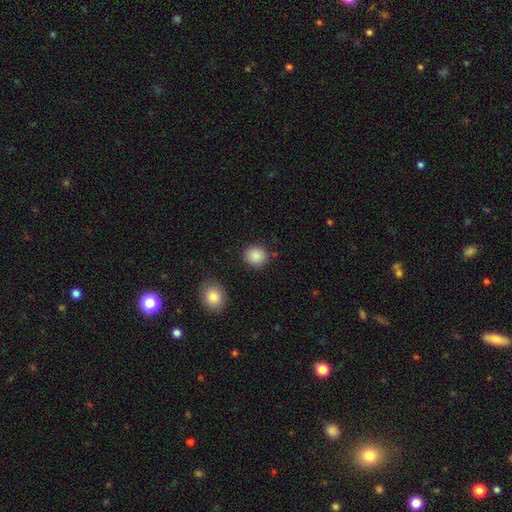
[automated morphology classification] Smooth or featured? smooth (88%)
How rounded? round (85%)
Merging? none (88%)